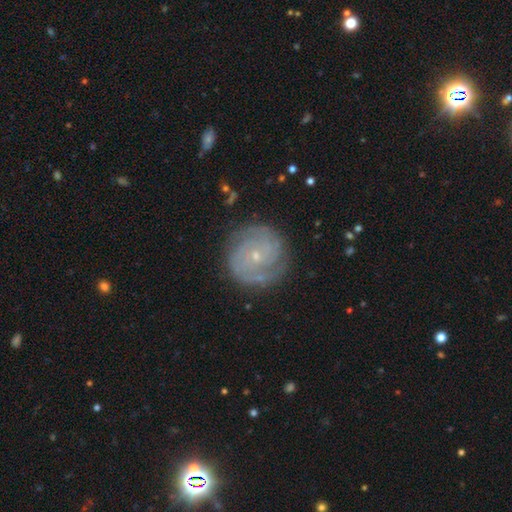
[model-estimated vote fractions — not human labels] A featured or disk galaxy (83%) with no bar (76%), 2 (46%) tight (71%) spiral arms (96%) and a small central bulge (83%). Merging: none (82%).